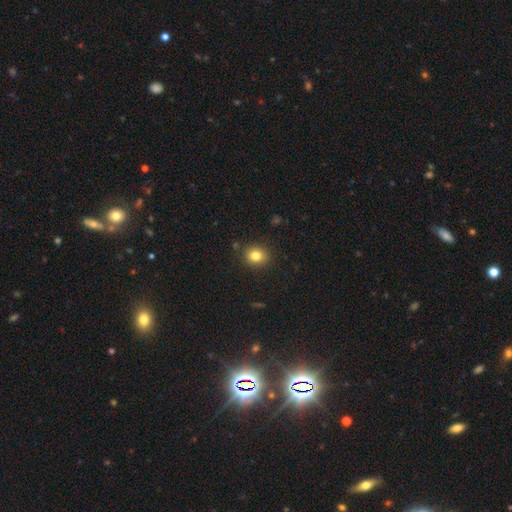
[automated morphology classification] This appears to be a smooth galaxy with no disk features (82%) that is round (66%). Merging: none (88%).